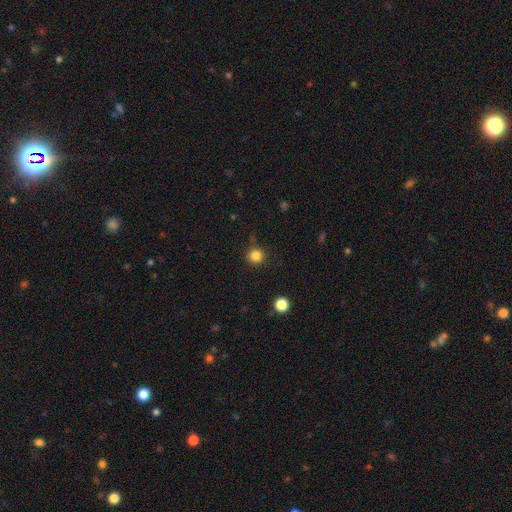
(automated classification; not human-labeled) Smooth or featured? Predicted: smooth (p=0.84). How rounded? Predicted: round (p=0.92). Merging? Predicted: none (p=0.84).